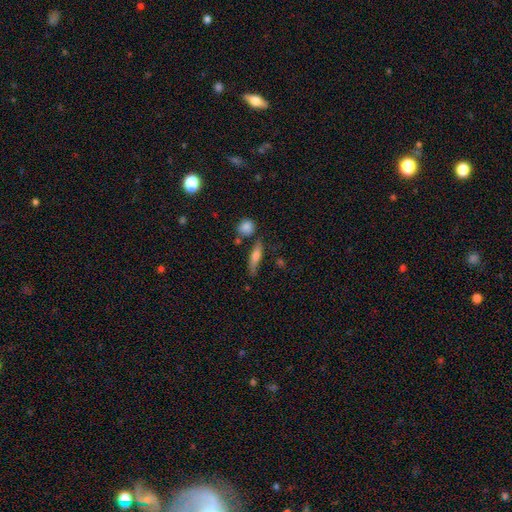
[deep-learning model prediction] A smooth galaxy with no disk features (61%) that is cigar-shaped (71%). Merging: none (69%).